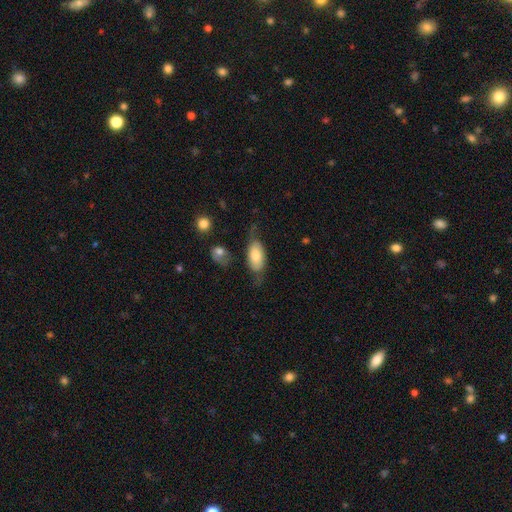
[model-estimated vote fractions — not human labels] A smooth galaxy with no disk features (68%) that is in between round and cigar-shaped (90%). Merging: none (49%).